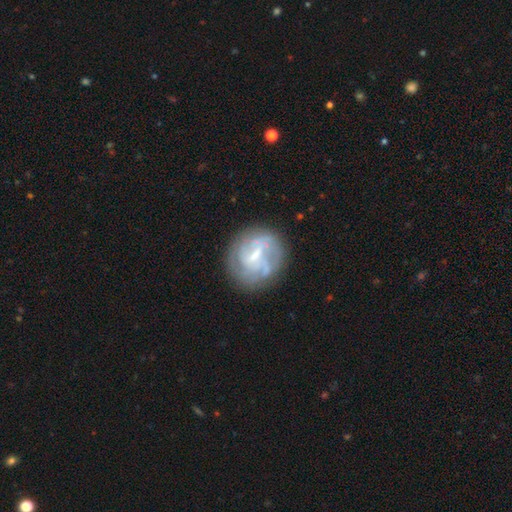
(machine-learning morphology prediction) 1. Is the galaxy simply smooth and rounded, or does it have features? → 69% featured or disk, 23% smooth, 8% star or artifact.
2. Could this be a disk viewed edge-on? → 97% no, 3% yes.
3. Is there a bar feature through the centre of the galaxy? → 52% weak, 25% strong, 24% no.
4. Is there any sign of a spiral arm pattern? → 72% yes, 28% no.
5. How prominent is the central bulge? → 43% small, 30% moderate, 23% none, 3% large, 1% dominant.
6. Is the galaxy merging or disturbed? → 70% none, 16% minor disturbance, 11% major disturbance, 3% merger.